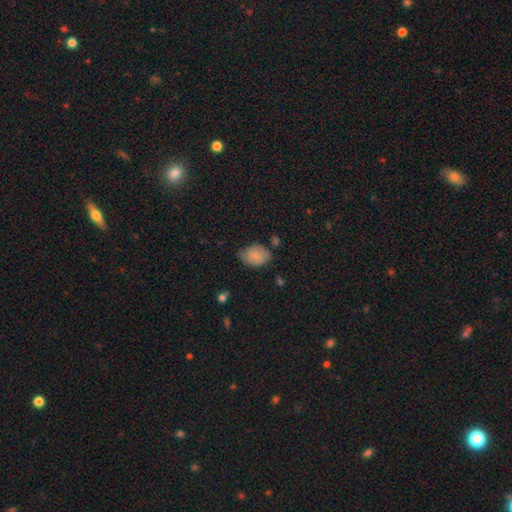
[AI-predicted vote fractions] This appears to be a smooth galaxy with no disk features (79%) that is in between round and cigar-shaped (74%). Merging: none (61%).